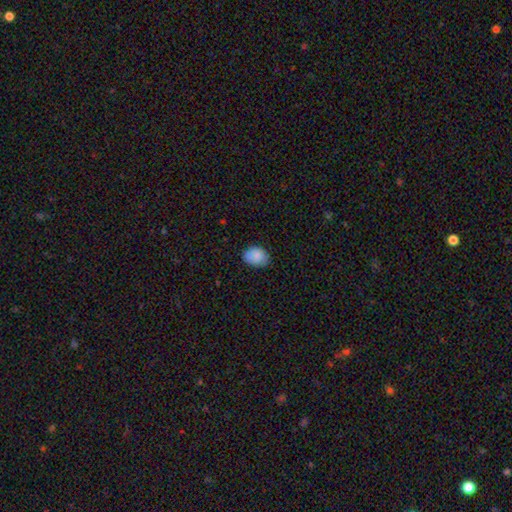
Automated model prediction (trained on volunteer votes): Q: Smooth or featured?
A: smooth (86%); runner-up: star or artifact (8%)
Q: How rounded?
A: in between (66%); runner-up: round (33%)
Q: Merging?
A: none (72%); runner-up: minor disturbance (23%)